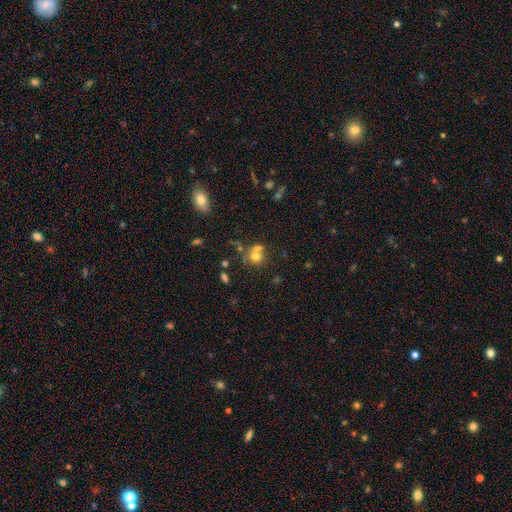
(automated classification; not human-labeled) smooth 66%, featured or disk 18%, star or artifact 17%. Down the decision tree: how rounded — round (81%); merging — merger (45%).